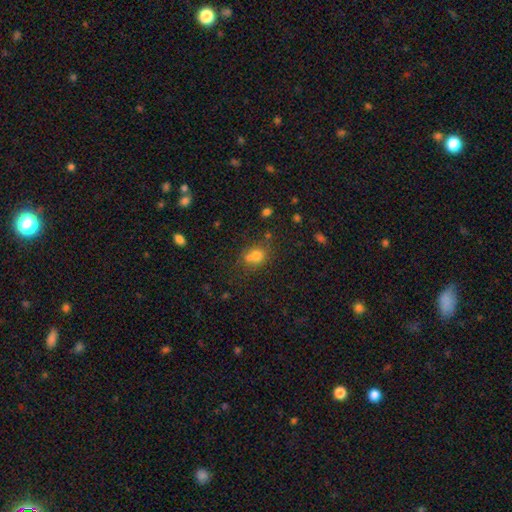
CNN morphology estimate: Overall: smooth (72%). How rounded: round (71%). Merging: none (43%; merger 42%).